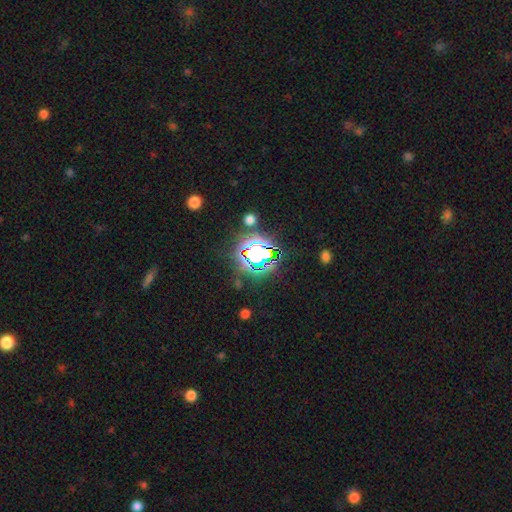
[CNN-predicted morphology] smooth_or_featured: star or artifact (p=0.71) [alt: smooth p=0.18]